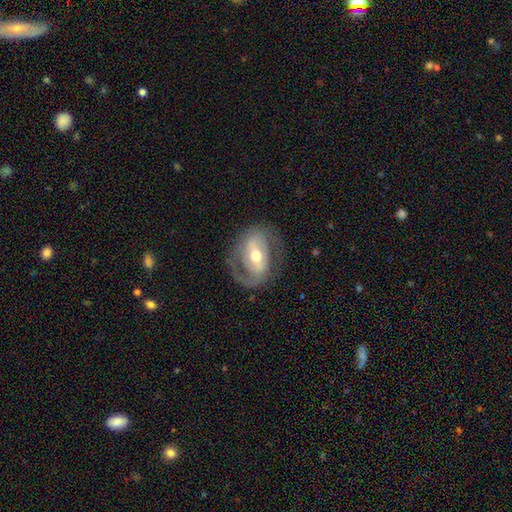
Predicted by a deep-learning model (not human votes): A featured or disk galaxy (83%) with a strong bar (38%), 2 (83%) medium (47%) spiral arms (88%) and a moderate central bulge (69%).

Vote fractions:
- Smooth or featured? featured or disk: 83% / smooth: 12% / star or artifact: 5%
- Edge-on disk? no: 96% / yes: 4%
- Bar? strong: 38% / weak: 36% / no: 26%
- Spiral arms? yes: 88% / no: 12%
- Spiral winding? medium: 47% / tight: 35% / loose: 19%
- Spiral arm count? 2: 83% / 1: 7% / can't tell: 7% / 3: 2% / 4: 1% / more than 4: 1%
- Bulge size? moderate: 69% / small: 22% / large: 6% / dominant: 1% / none: 1%
- Merging? none: 74% / minor disturbance: 15% / major disturbance: 10% / merger: 1%